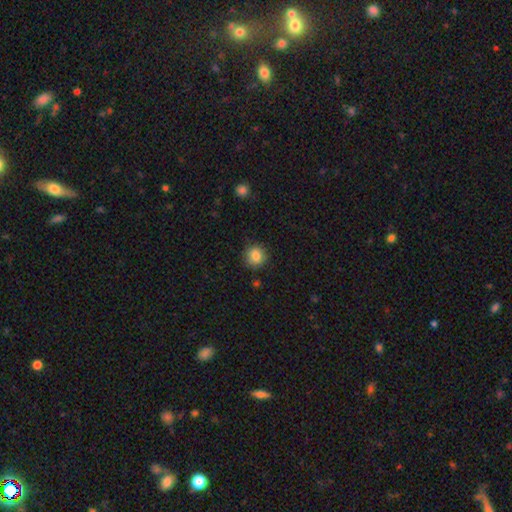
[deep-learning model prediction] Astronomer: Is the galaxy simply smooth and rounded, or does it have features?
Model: smooth — 85%.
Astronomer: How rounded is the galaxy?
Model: round — 90%.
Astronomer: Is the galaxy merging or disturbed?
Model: none — 86%.